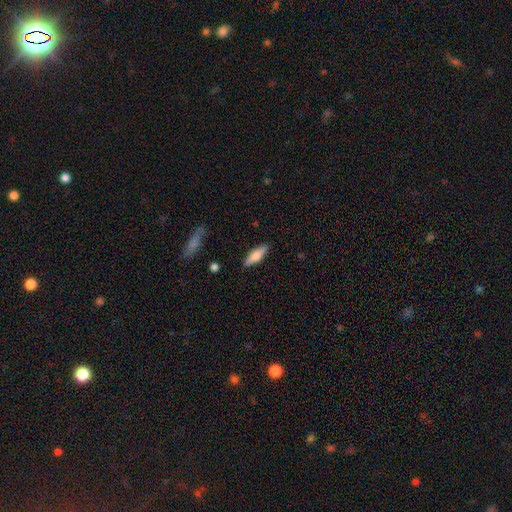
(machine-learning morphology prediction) A smooth galaxy with no disk features (69%) that is cigar-shaped (55%). Merging: none (87%).